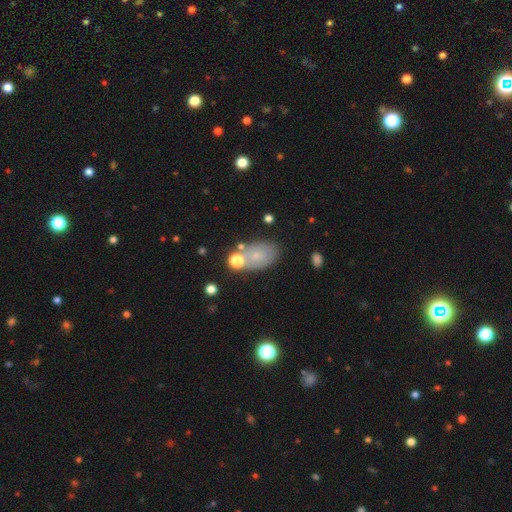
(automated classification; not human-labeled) The model was most divided on "merging": none: 63%, minor disturbance: 18%, merger: 12%, major disturbance: 7%. More confident: how rounded — in between (86%); smooth or featured — smooth (68%).